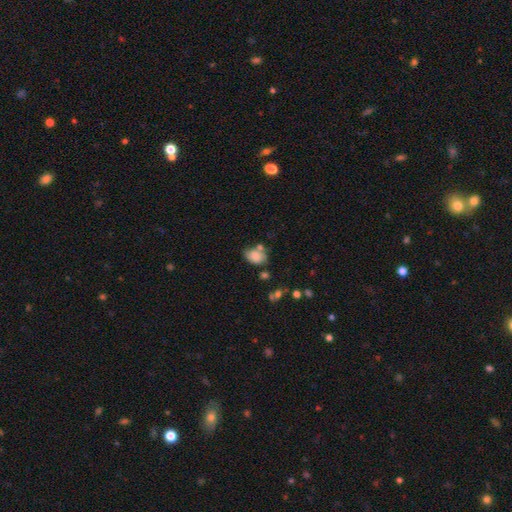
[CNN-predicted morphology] This appears to be a smooth galaxy with no disk features (81%) that is in between round and cigar-shaped (77%). Merging: none (50%).